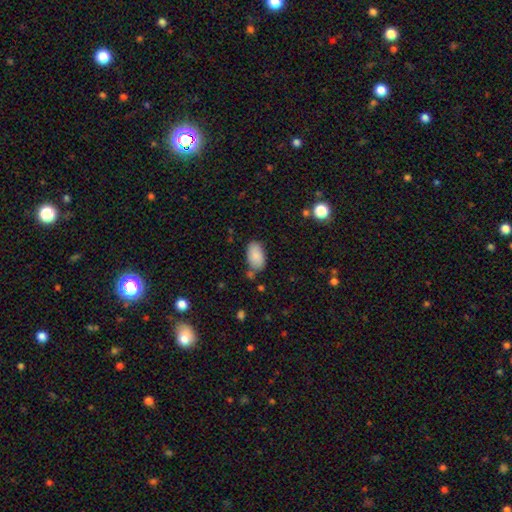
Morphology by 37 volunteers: type=smooth (84%); roundness=in between (100%); merging=none (76%).